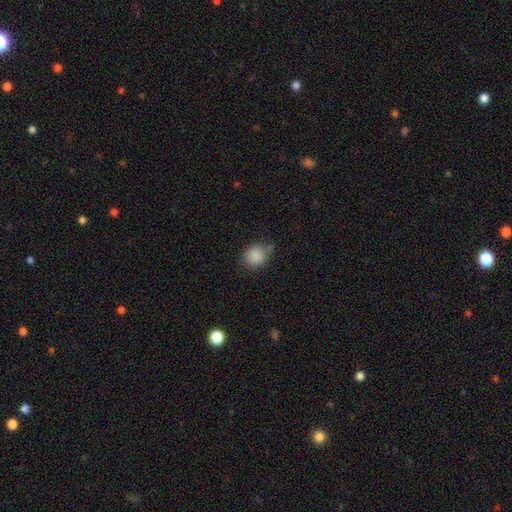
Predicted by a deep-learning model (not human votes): smooth_or_featured: smooth (p=0.87) [alt: star or artifact p=0.09]
how_rounded: round (p=0.74) [alt: in between p=0.25]
merging: none (p=0.65) [alt: minor disturbance p=0.24]